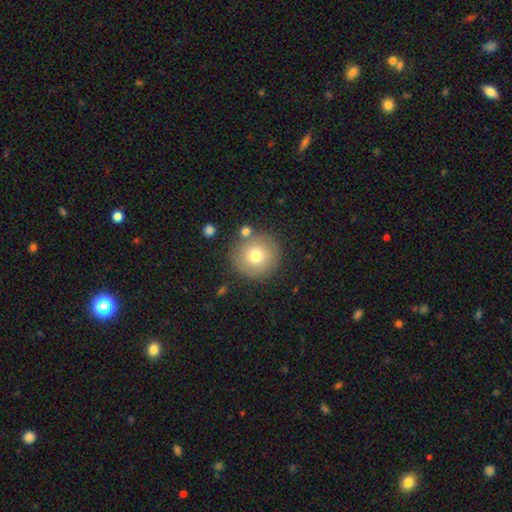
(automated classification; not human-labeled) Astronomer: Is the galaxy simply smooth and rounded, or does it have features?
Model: smooth — 73%.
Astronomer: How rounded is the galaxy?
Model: round — 95%.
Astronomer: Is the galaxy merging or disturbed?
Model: none — 81%.